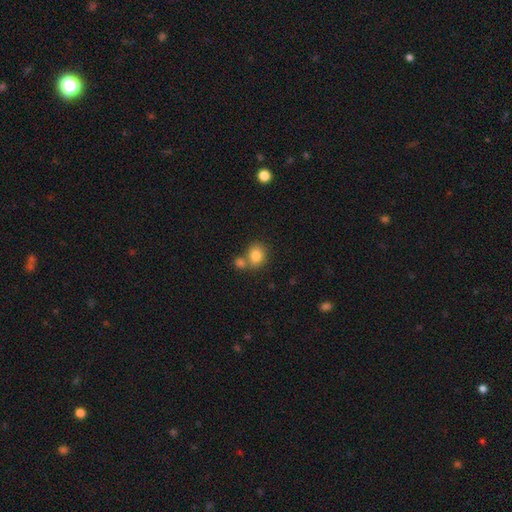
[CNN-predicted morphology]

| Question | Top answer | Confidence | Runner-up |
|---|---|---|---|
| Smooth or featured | smooth | 82% | star or artifact (10%) |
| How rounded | round | 64% | in between (35%) |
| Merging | none | 49% | merger (37%) |